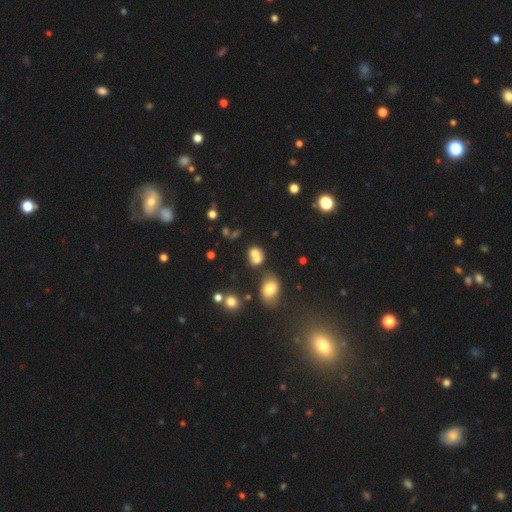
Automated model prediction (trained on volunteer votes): Smooth or featured: smooth — 70% (featured or disk — 15%)
How rounded: round — 58% (in between — 41%)
Merging: merger — 55% (none — 31%)